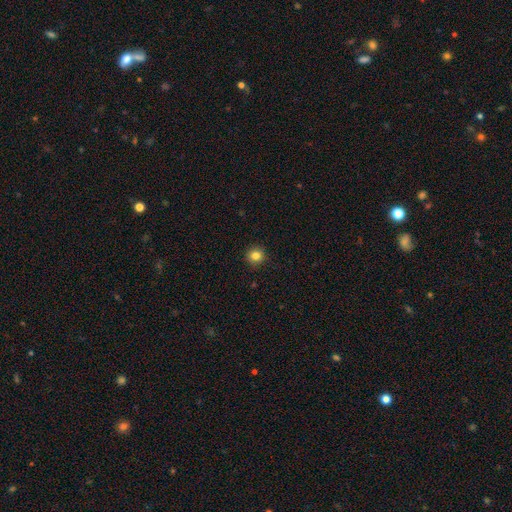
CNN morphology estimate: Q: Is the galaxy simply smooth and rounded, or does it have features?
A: smooth — 83%.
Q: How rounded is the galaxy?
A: round — 94%.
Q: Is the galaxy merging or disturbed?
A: none — 92%.